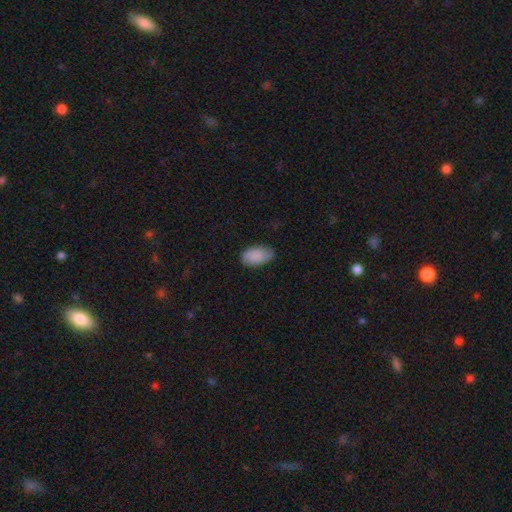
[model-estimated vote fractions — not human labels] A smooth galaxy with no disk features (86%) that is in between round and cigar-shaped (94%).

Vote fractions:
- Smooth or featured? smooth: 86% / featured or disk: 7% / star or artifact: 7%
- How rounded? in between: 94% / round: 4% / cigar-shaped: 2%
- Merging? none: 76% / minor disturbance: 20% / major disturbance: 3% / merger: 1%